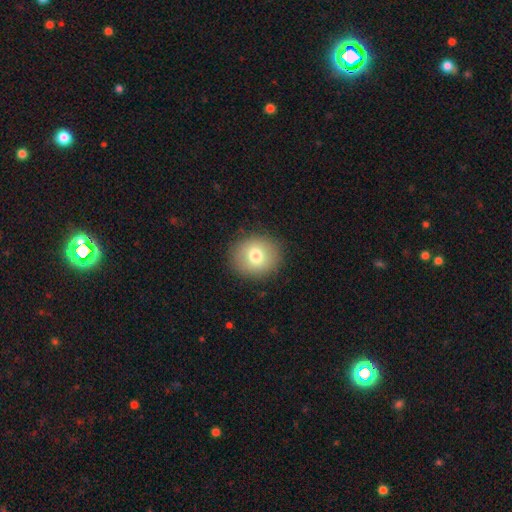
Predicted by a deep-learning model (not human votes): Morphology: type=smooth (76%); roundness=round (82%); merging=none (89%).